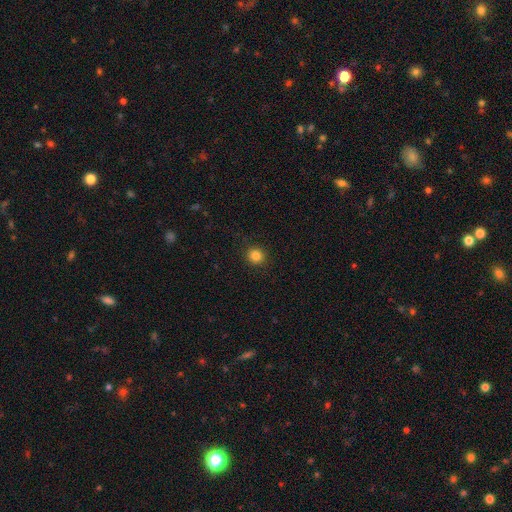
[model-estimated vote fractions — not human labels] Smooth or featured? smooth (83%)
How rounded? round (91%)
Merging? none (92%)